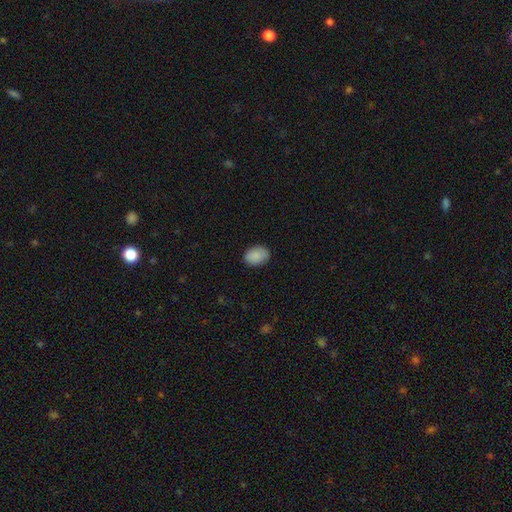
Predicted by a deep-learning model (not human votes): Smooth or featured? smooth (89%)
How rounded? in between (79%)
Merging? none (85%)